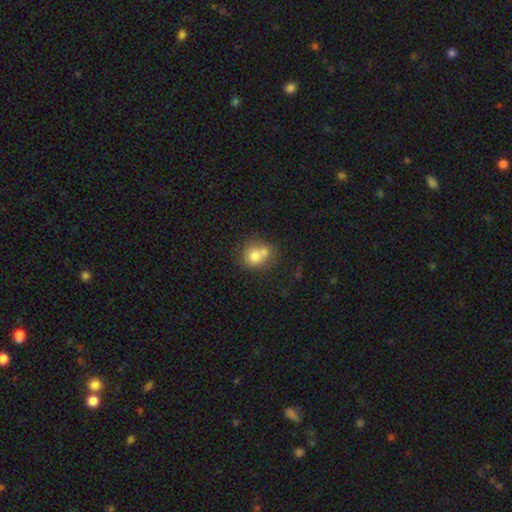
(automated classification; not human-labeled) smooth 73%, featured or disk 17%, star or artifact 10%. Down the decision tree: how rounded — round (72%); merging — merger (49%).